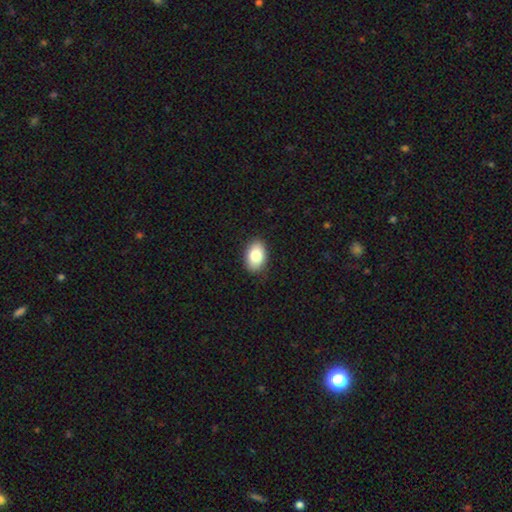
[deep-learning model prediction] Overall: smooth (81%). How rounded: in between (88%). Merging: none (88%).